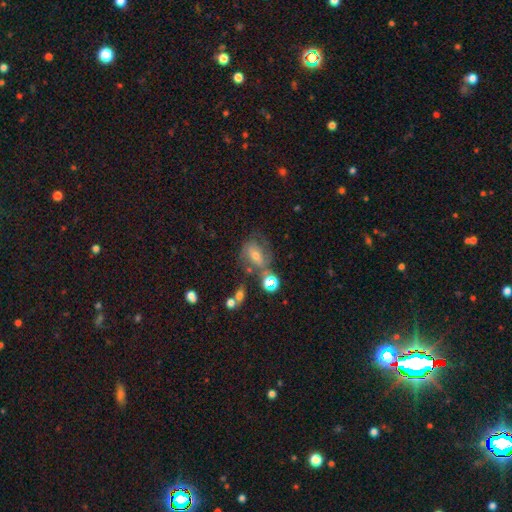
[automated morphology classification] Overall: featured or disk (45%; smooth 40%). Merging: none (45%; minor disturbance 21%).